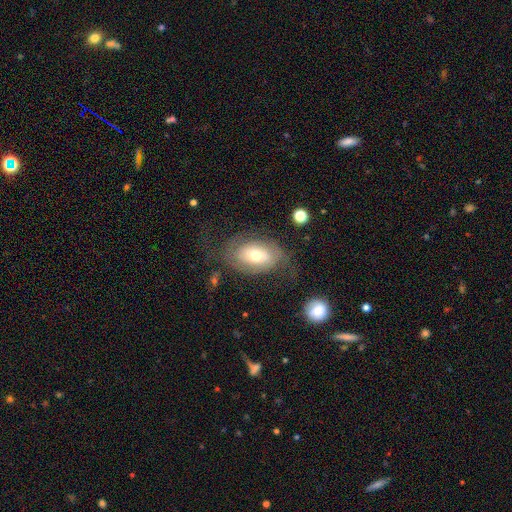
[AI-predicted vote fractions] Overall: featured or disk (51%; smooth 41%). Edge-on disk: no (93%). Merging: none (53%; major disturbance 23%).